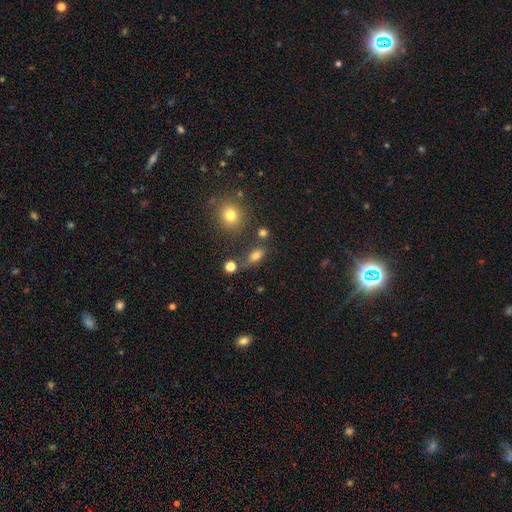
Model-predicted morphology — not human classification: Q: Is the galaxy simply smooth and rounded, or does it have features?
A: smooth — 76%.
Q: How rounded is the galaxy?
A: in between — 74%.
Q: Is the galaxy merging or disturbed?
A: none — 62%.